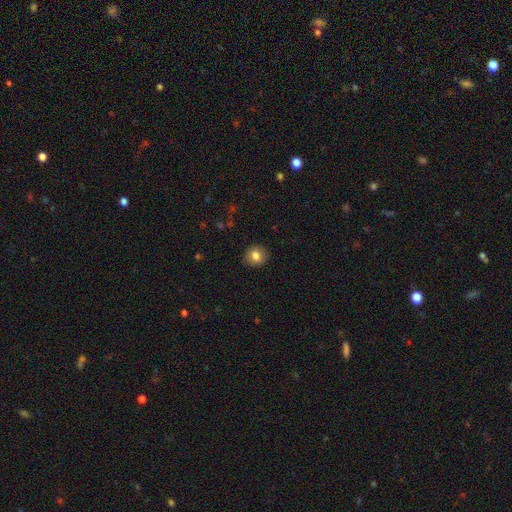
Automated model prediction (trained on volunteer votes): Morphology: type=smooth (81%); roundness=round (82%); merging=none (89%).